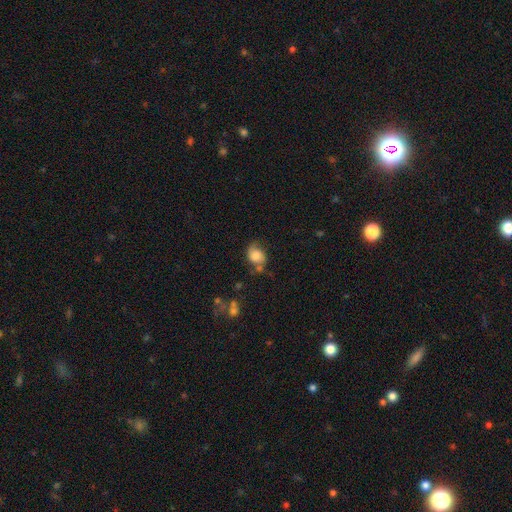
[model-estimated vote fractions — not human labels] A smooth galaxy with no disk features (63%) that is in between round and cigar-shaped (52%).

Vote fractions:
- Smooth or featured? smooth: 63% / featured or disk: 27% / star or artifact: 10%
- How rounded? in between: 52% / round: 47% / cigar-shaped: 1%
- Merging? none: 47% / minor disturbance: 30% / major disturbance: 15% / merger: 8%